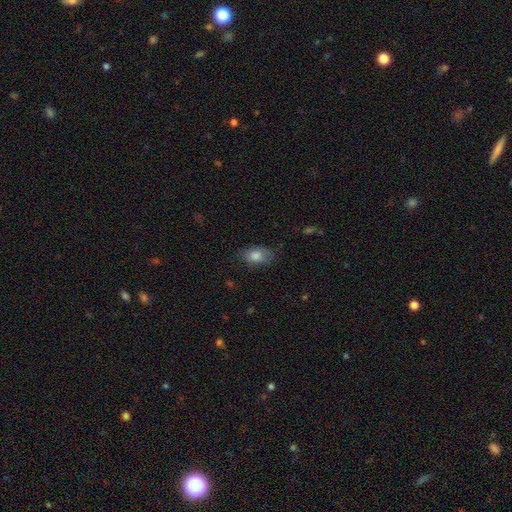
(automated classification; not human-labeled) Overall: smooth (81%). How rounded: in between (88%). Merging: none (73%).